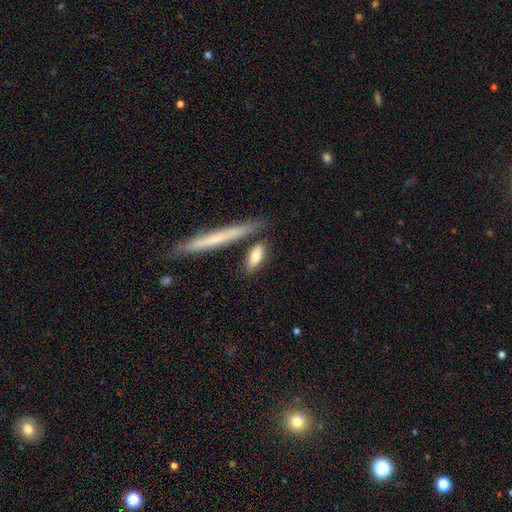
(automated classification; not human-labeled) A smooth galaxy with no disk features (74%) that is in between round and cigar-shaped (56%).

Vote fractions:
- Smooth or featured? smooth: 74% / featured or disk: 20% / star or artifact: 6%
- How rounded? in between: 56% / cigar-shaped: 40% / round: 4%
- Merging? none: 70% / minor disturbance: 15% / merger: 11% / major disturbance: 5%